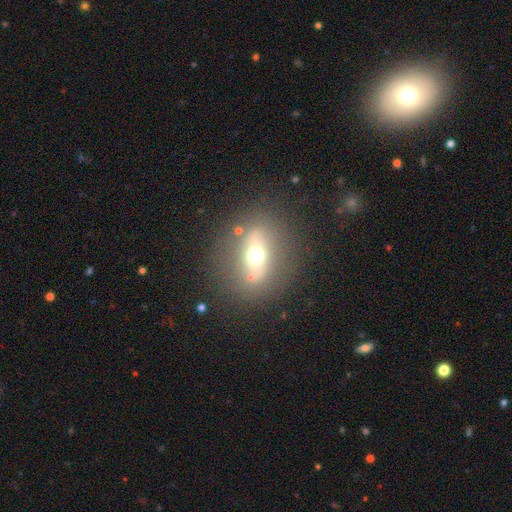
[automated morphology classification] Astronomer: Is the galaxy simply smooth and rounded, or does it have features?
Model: featured or disk — 44% (runner-up: smooth, 43%).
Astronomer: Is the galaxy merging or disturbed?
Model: none — 80%.